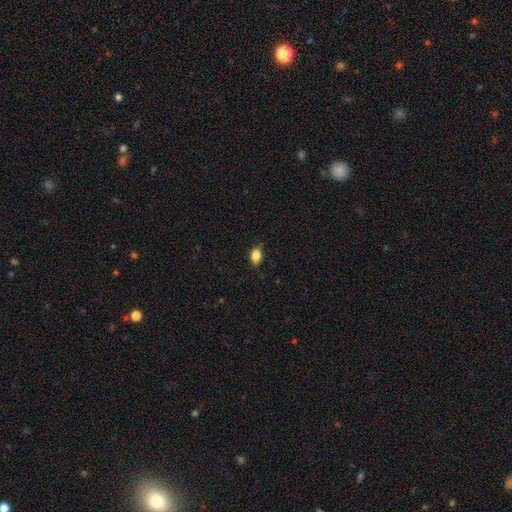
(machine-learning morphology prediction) Smooth or featured: smooth — 84% (star or artifact — 9%)
How rounded: in between — 81% (round — 17%)
Merging: none — 77% (minor disturbance — 19%)